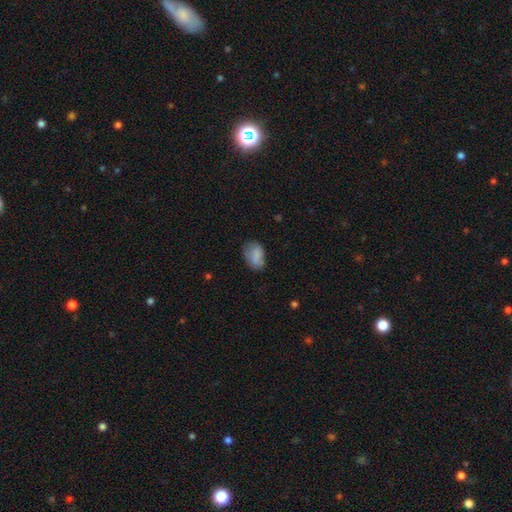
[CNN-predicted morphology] Smooth or featured? smooth (79%)
How rounded? in between (84%)
Merging? none (63%)